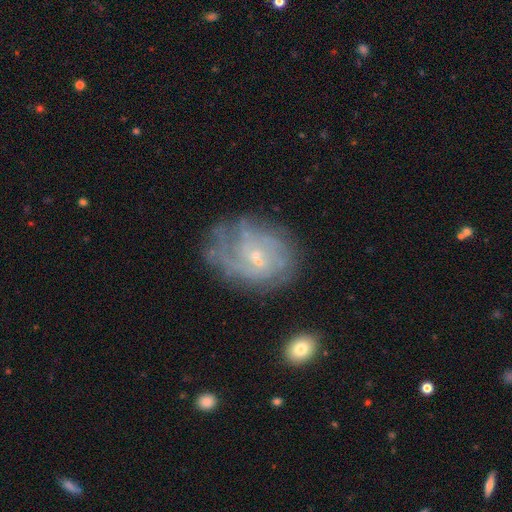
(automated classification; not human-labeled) Smooth or featured? featured or disk (72%)
Edge-on disk? no (97%)
Bar? no (53%)
Spiral arms? yes (78%)
Spiral winding? tight (51%)
Spiral arm count? can't tell (53%)
Bulge size? small (71%)
Merging? none (54%)